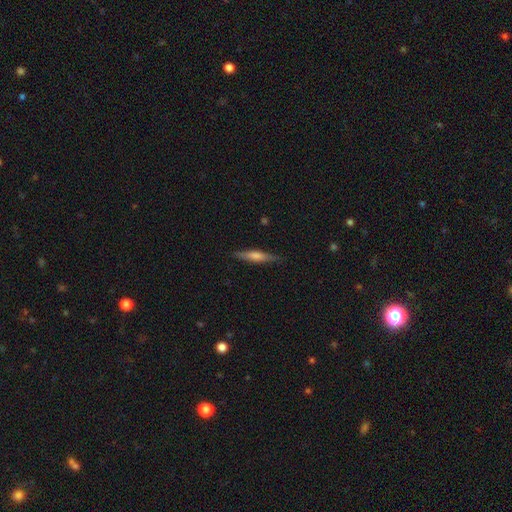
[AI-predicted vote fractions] A featured or disk galaxy (58%) viewed edge-on (96%) with a rounded central bulge (68%).

Vote fractions:
- Smooth or featured? featured or disk: 58% / smooth: 35% / star or artifact: 7%
- Edge-on disk? yes: 96% / no: 4%
- Edge-on bulge? rounded: 68% / boxy: 17% / none: 15%
- Merging? none: 88% / minor disturbance: 9% / major disturbance: 2% / merger: 1%